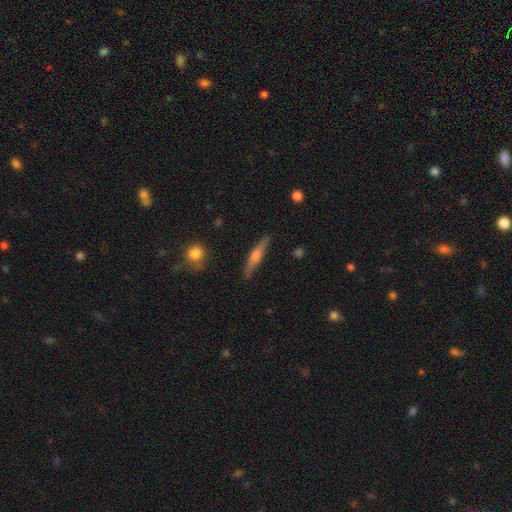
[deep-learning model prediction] A featured or disk galaxy (61%) viewed edge-on (96%) with a rounded central bulge (82%).

Vote fractions:
- Smooth or featured? featured or disk: 61% / smooth: 32% / star or artifact: 7%
- Edge-on disk? yes: 96% / no: 4%
- Edge-on bulge? rounded: 82% / none: 9% / boxy: 9%
- Merging? none: 87% / minor disturbance: 10% / major disturbance: 2% / merger: 1%